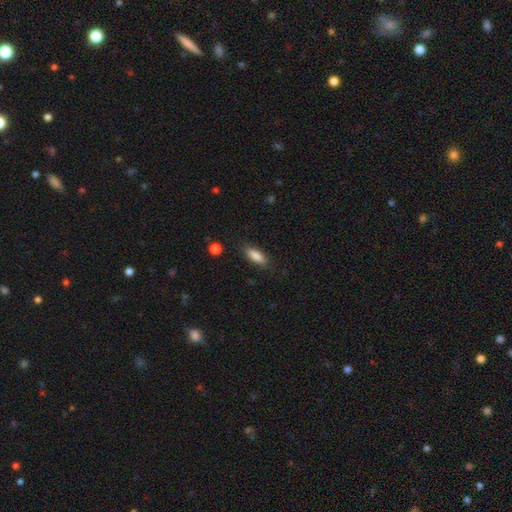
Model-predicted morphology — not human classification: Overall: smooth (84%). How rounded: in between (58%; cigar-shaped 40%). Merging: none (85%).